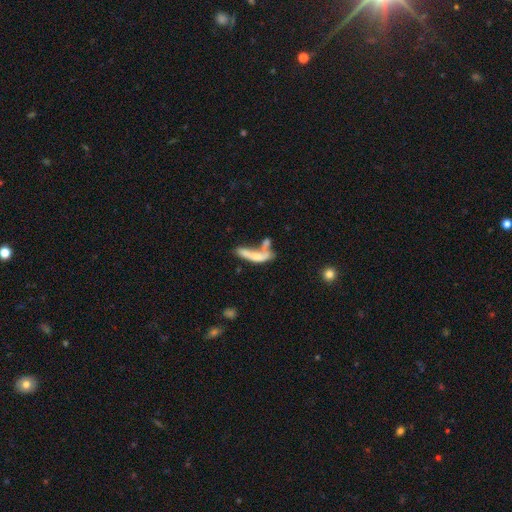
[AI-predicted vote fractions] smooth-or-featured: smooth: 57% | featured or disk: 33% | star or artifact: 10%
  how-rounded: cigar-shaped: 65% | in between: 32% | round: 3%
  merging: merger: 47% | none: 22% | major disturbance: 19% | minor disturbance: 13%